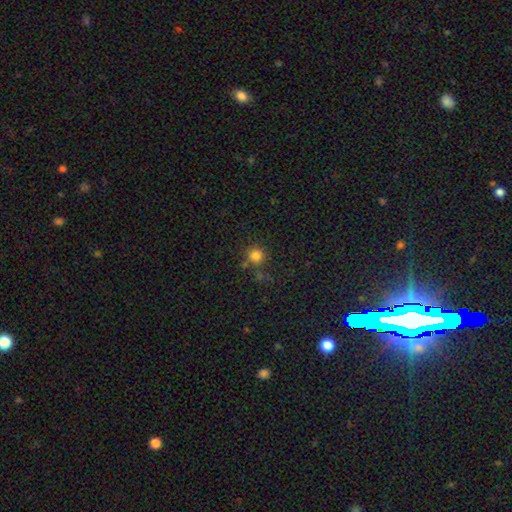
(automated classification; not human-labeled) Smooth or featured?
  - smooth: 81% *
  - star or artifact: 14%
  - featured or disk: 5%
How rounded?
  - round: 93% *
  - in between: 6%
  - cigar-shaped: 1%
Merging?
  - none: 75% *
  - minor disturbance: 11%
  - merger: 10%
  - major disturbance: 4%